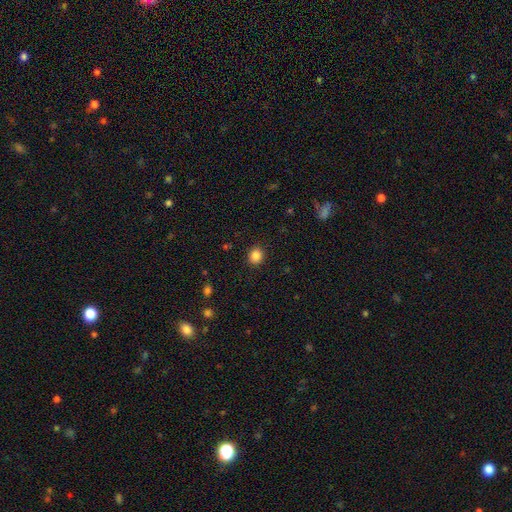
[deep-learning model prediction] Q: Smooth or featured?
A: smooth (85%); runner-up: star or artifact (11%)
Q: How rounded?
A: round (77%); runner-up: in between (22%)
Q: Merging?
A: none (90%); runner-up: minor disturbance (7%)